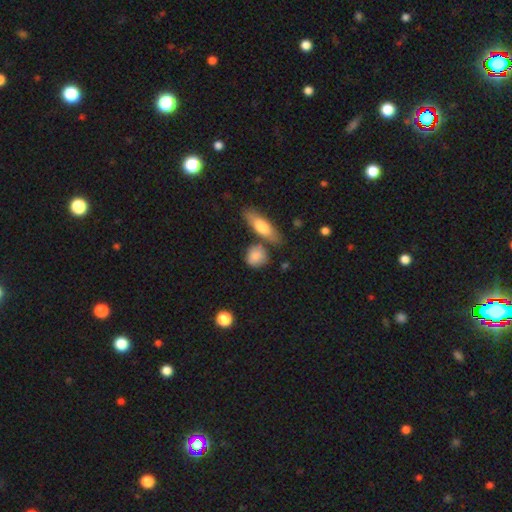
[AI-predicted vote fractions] Smooth or featured: smooth — 83% (featured or disk — 10%)
How rounded: round — 67% (in between — 27%)
Merging: none — 67% (minor disturbance — 16%)